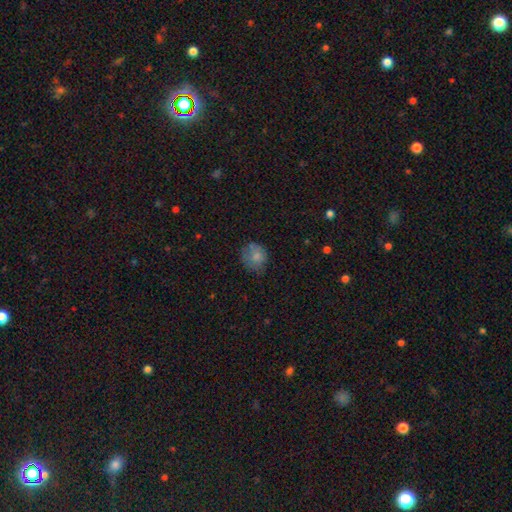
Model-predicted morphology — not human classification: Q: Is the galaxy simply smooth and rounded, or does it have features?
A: smooth — 76%.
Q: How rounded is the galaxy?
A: round — 74%.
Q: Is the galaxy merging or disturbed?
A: none — 60%.